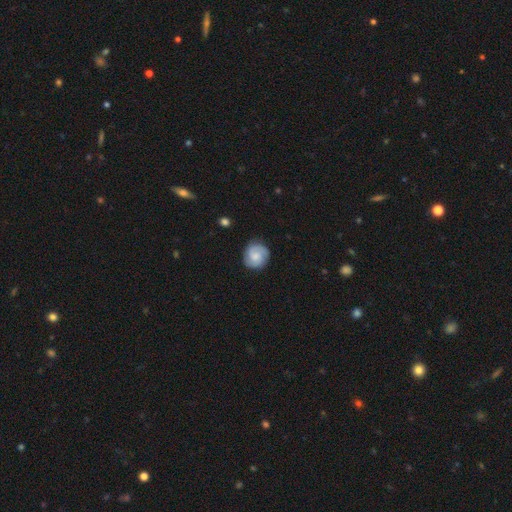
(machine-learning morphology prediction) featured or disk 65%, smooth 28%, star or artifact 7%. Down the decision tree: edge-on disk — no (98%); bar — no (61%); spiral arms — yes (95%); spiral arm count — 2 (67%); spiral winding — tight (56%); bulge size — small (43%); merging — none (84%).